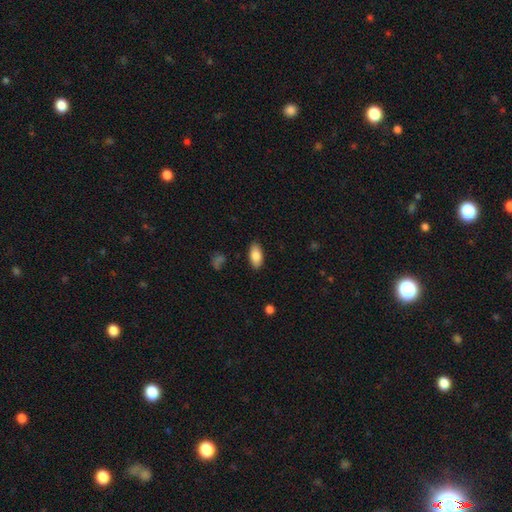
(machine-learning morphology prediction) Smooth or featured: smooth — 83% (featured or disk — 10%)
How rounded: in between — 91% (cigar-shaped — 7%)
Merging: none — 87% (minor disturbance — 9%)